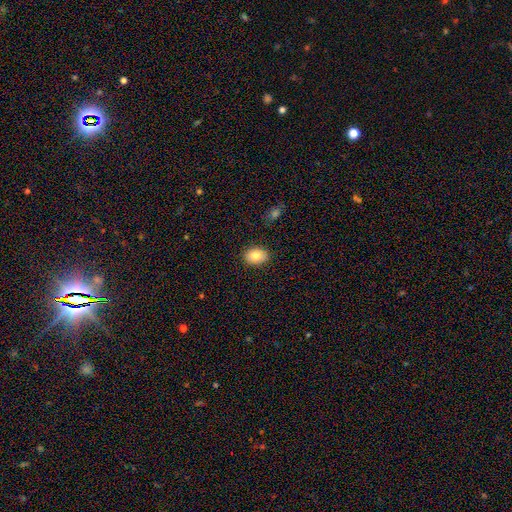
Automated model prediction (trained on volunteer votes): The model was most divided on "how rounded": in between: 71%, round: 28%, cigar-shaped: 1%. More confident: merging — none (88%); smooth or featured — smooth (83%).